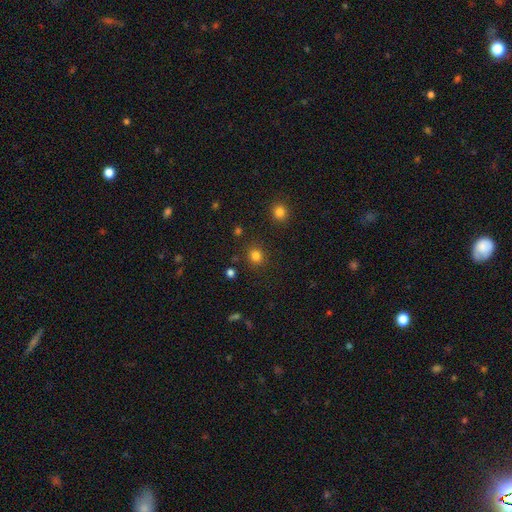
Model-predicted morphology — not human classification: smooth-or-featured: smooth: 81% | star or artifact: 14% | featured or disk: 5%
  how-rounded: round: 85% | in between: 14% | cigar-shaped: 1%
  merging: none: 87% | minor disturbance: 7% | major disturbance: 3% | merger: 3%